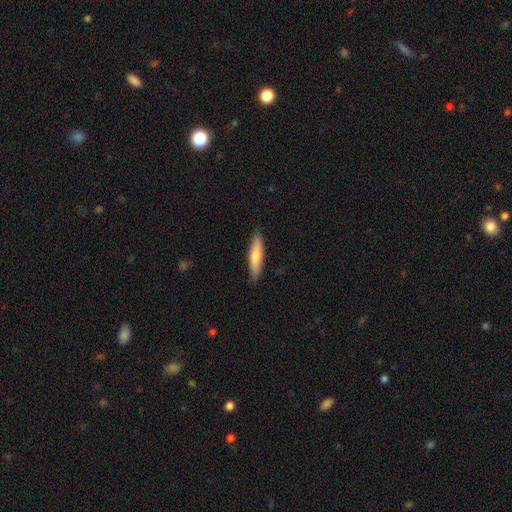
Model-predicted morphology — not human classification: Q: Smooth or featured?
A: smooth (74%); runner-up: featured or disk (21%)
Q: How rounded?
A: cigar-shaped (81%); runner-up: in between (17%)
Q: Merging?
A: none (88%); runner-up: minor disturbance (9%)